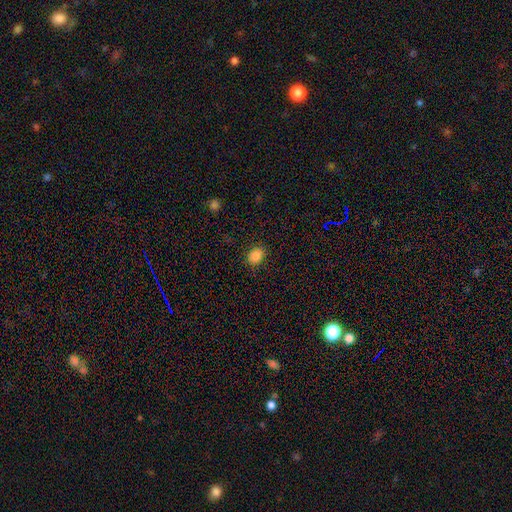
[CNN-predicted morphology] A smooth galaxy with no disk features (86%) that is in between round and cigar-shaped (53%). Merging: none (88%).